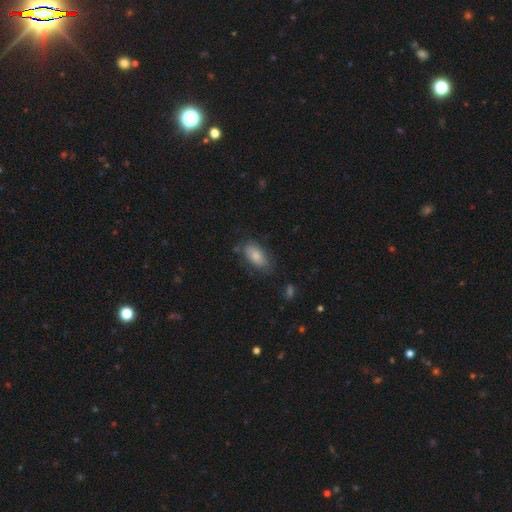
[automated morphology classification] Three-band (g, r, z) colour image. It shows a smooth galaxy with no disk features (76%) that is in between round and cigar-shaped (90%). Merging: none (68%).